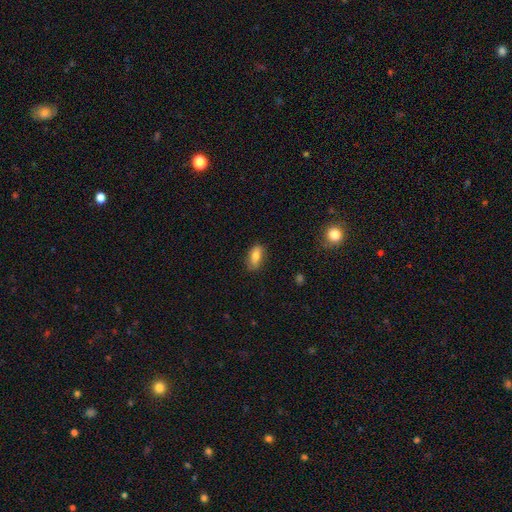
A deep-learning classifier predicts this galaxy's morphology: smooth 75%, featured or disk 18%, star or artifact 8%. Down the decision tree: how rounded — in between (83%); merging — none (80%).